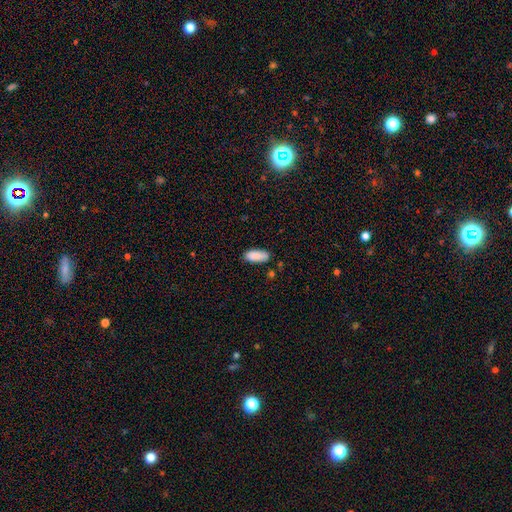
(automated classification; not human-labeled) Smooth or featured? smooth (89%)
How rounded? in between (84%)
Merging? none (81%)